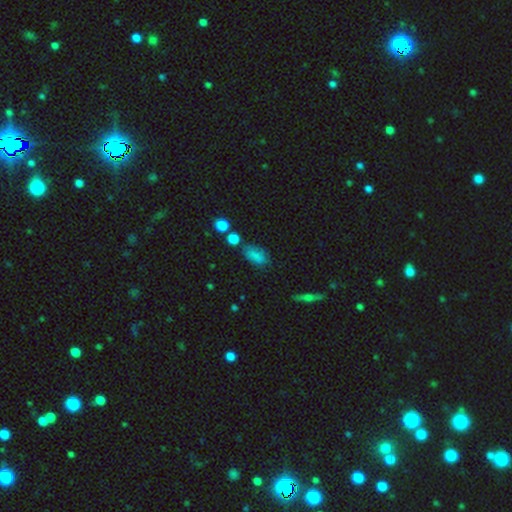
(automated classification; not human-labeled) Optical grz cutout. It shows a smooth galaxy with no disk features (78%) that is in between round and cigar-shaped (87%). Merging: none (62%).